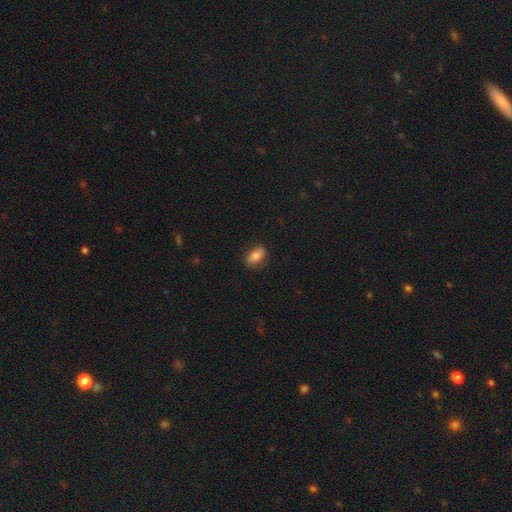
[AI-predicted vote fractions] A smooth galaxy with no disk features (76%) that is in between round and cigar-shaped (87%). Merging: none (78%).